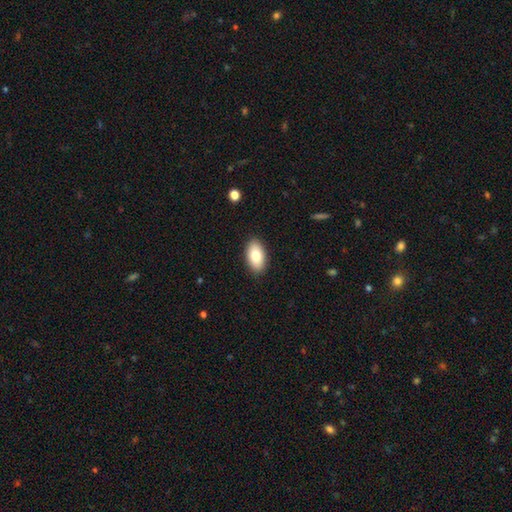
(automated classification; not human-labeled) Overall: smooth (81%). How rounded: in between (94%). Merging: none (89%).